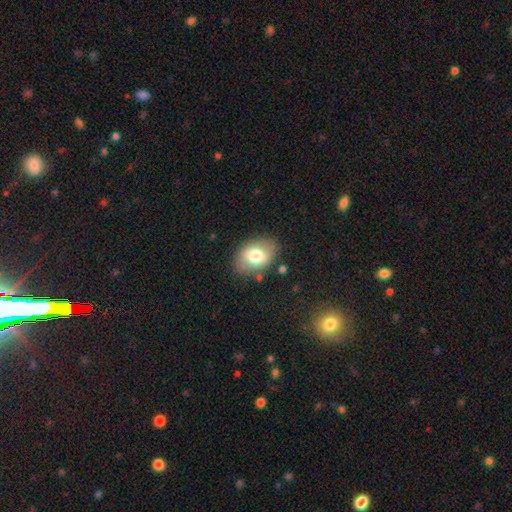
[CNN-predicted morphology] A smooth galaxy with no disk features (69%) that is in between round and cigar-shaped (83%). Merging: none (81%).